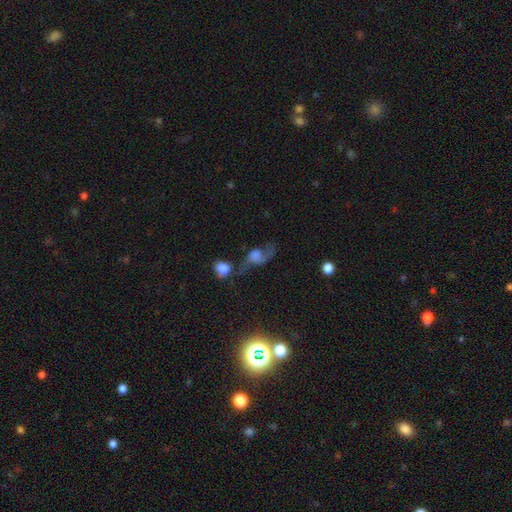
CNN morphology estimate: The model was most divided on "merging": major disturbance: 29%, merger: 28%, none: 27%, minor disturbance: 16%. Remaining: smooth or featured — featured or disk (46%).